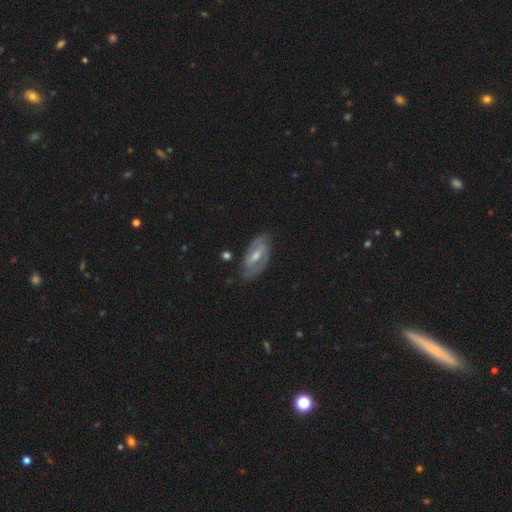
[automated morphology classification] A featured or disk galaxy (71%) with a weak bar (44%), spiral arms (71%) and a moderate central bulge (55%). Merging: none (72%).